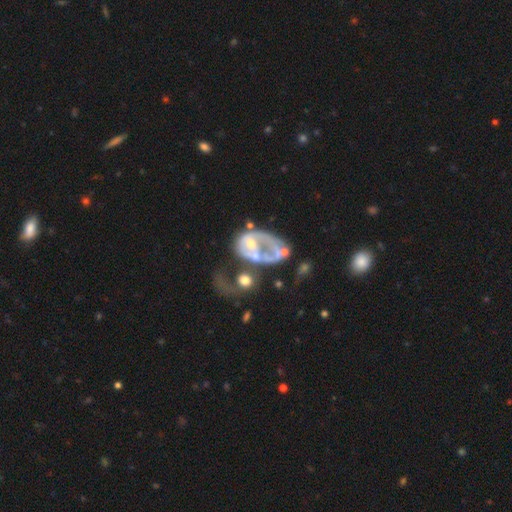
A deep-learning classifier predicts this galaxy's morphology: smooth-or-featured: featured or disk: 68% | smooth: 22% | star or artifact: 10%
  disk-edge-on: no: 97% | yes: 3%
    bar: no: 82% | weak: 14% | strong: 4%
    has-spiral-arms: no: 72% | yes: 28%
    bulge-size: moderate: 35% | small: 31% | none: 28% | large: 4% | dominant: 2%
  merging: merger: 40% | major disturbance: 36% | none: 14% | minor disturbance: 10%